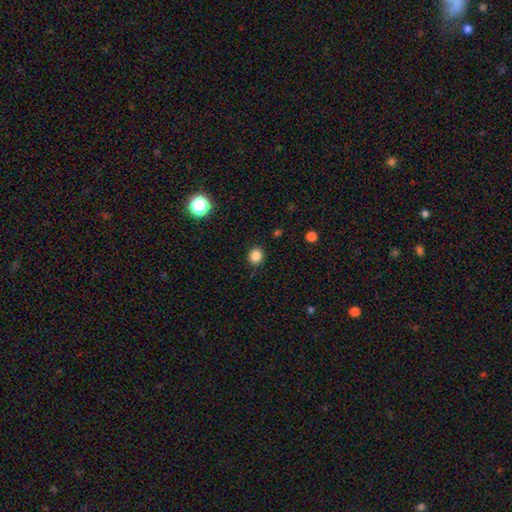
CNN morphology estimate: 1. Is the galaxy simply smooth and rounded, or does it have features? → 85% smooth, 12% star or artifact, 3% featured or disk.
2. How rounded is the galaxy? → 80% round, 19% in between, 1% cigar-shaped.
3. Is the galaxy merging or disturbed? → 90% none, 7% minor disturbance, 2% major disturbance, 1% merger.